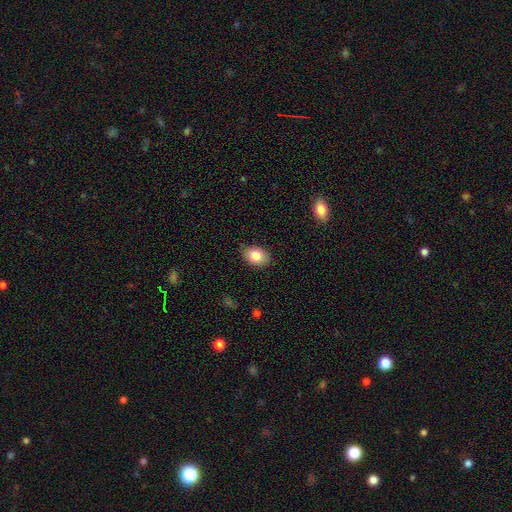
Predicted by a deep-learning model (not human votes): smooth 82%, featured or disk 10%, star or artifact 8%. Down the decision tree: how rounded — in between (80%); merging — none (85%).